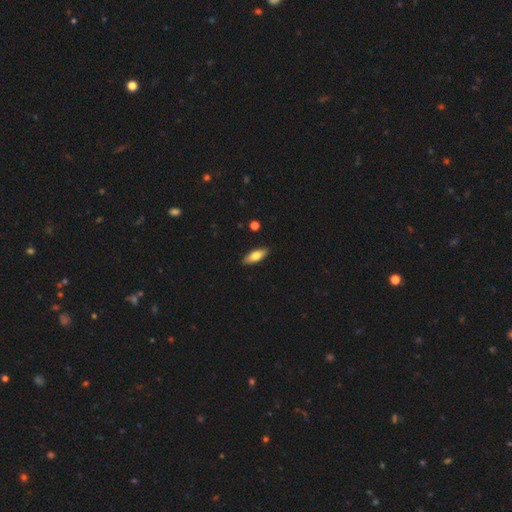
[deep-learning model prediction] Morphology: type=smooth (67%); roundness=in between (66%); merging=none (89%).